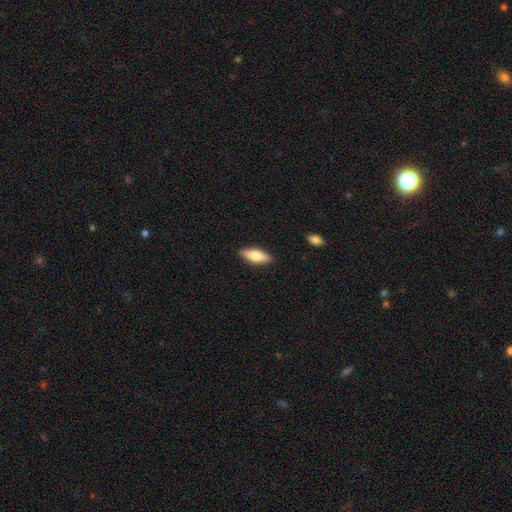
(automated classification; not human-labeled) smooth-or-featured: smooth: 71% | featured or disk: 23% | star or artifact: 6%
  how-rounded: in between: 63% | cigar-shaped: 35% | round: 2%
  merging: none: 88% | minor disturbance: 9% | major disturbance: 2% | merger: 1%